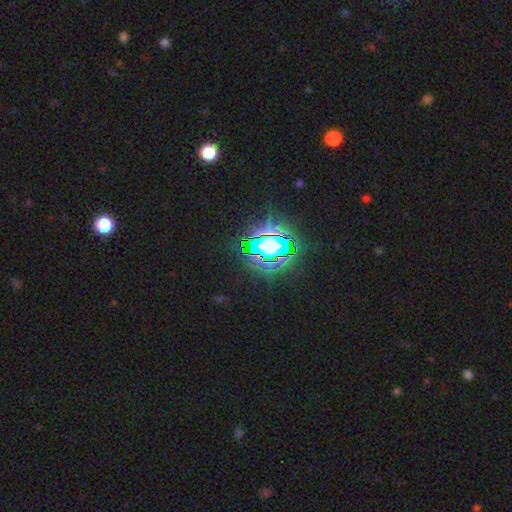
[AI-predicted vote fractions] star or artifact 75%, smooth 13%, featured or disk 12%.